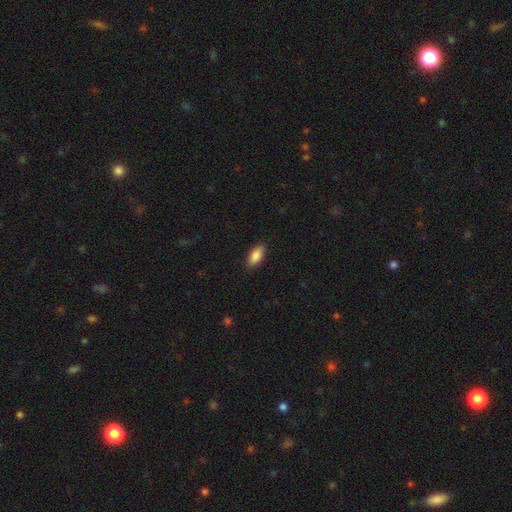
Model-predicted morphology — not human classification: smooth 87%, featured or disk 6%, star or artifact 6%. Down the decision tree: how rounded — in between (86%); merging — none (88%).